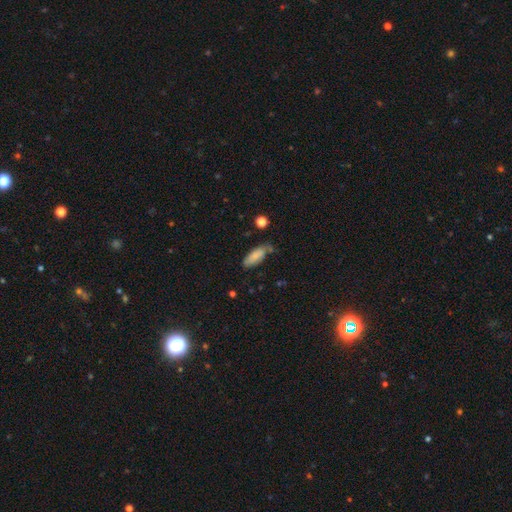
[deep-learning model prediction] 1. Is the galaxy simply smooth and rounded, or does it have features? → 83% smooth, 10% featured or disk, 7% star or artifact.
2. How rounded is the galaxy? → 71% in between, 27% cigar-shaped, 2% round.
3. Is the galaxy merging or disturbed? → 63% none, 26% minor disturbance, 5% major disturbance, 5% merger.